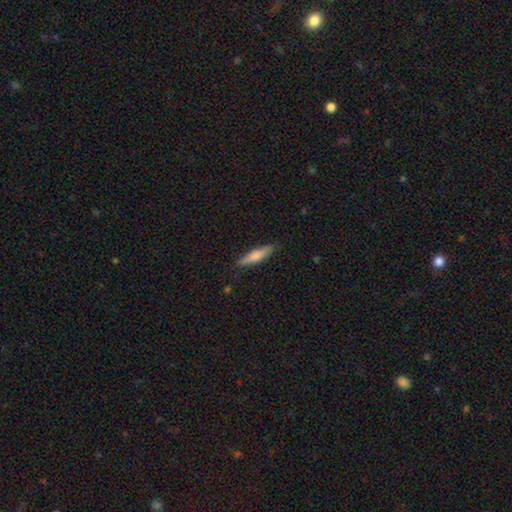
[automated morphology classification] A smooth galaxy with no disk features (68%) that is cigar-shaped (81%). Merging: none (87%).